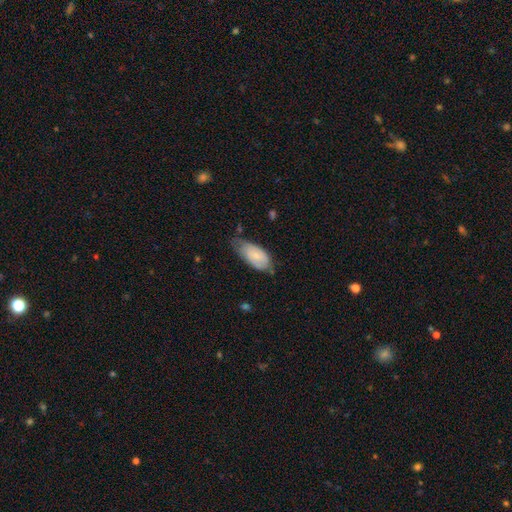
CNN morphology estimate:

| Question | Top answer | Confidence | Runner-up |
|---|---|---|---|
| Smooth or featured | smooth | 64% | featured or disk (30%) |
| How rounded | in between | 92% | cigar-shaped (5%) |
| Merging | minor disturbance | 44% | none (40%) |